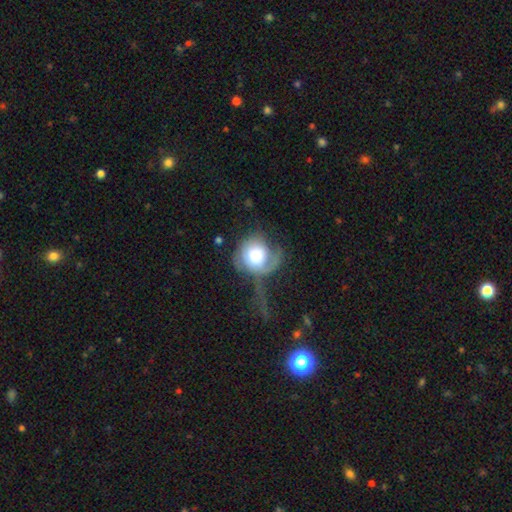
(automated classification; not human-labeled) Smooth or featured: smooth — 47% (featured or disk — 45%)
Merging: major disturbance — 51% (none — 25%)